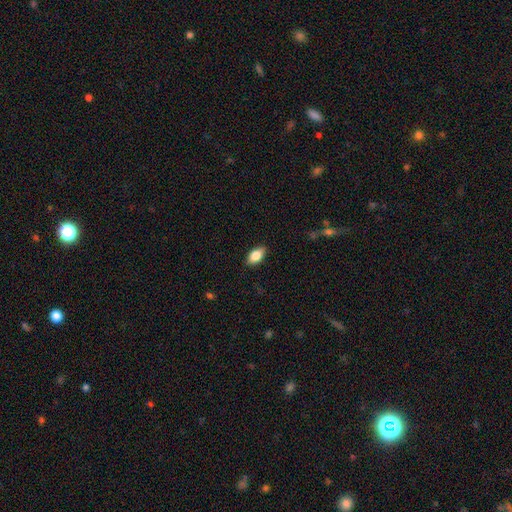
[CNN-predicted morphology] smooth 81%, featured or disk 12%, star or artifact 7%. Down the decision tree: how rounded — in between (90%); merging — none (87%).